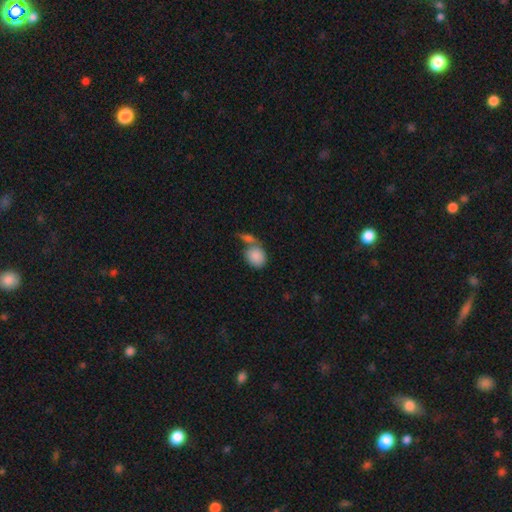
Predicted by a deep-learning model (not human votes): This appears to be a smooth galaxy with no disk features (86%) that is round (53%). Merging: merger (46%).